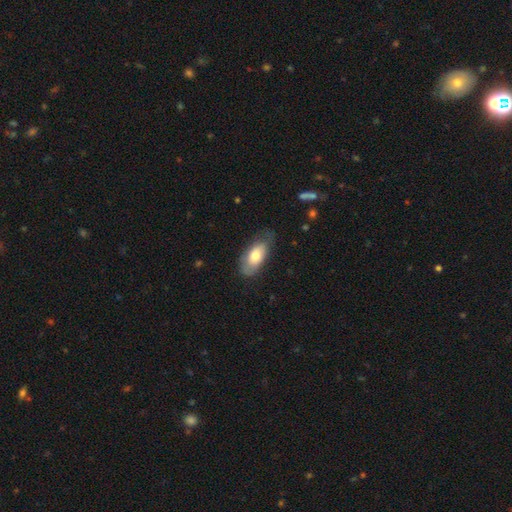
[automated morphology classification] smooth-or-featured: smooth: 68% | featured or disk: 26% | star or artifact: 6%
  how-rounded: in between: 90% | cigar-shaped: 7% | round: 3%
  merging: none: 60% | minor disturbance: 30% | major disturbance: 9% | merger: 1%